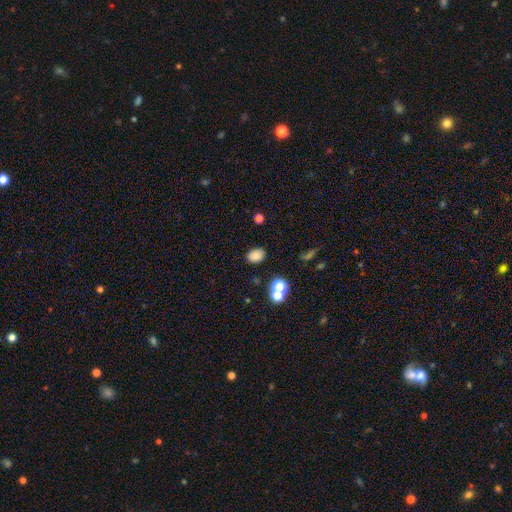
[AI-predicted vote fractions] A smooth galaxy with no disk features (81%) that is in between round and cigar-shaped (69%). Merging: none (81%).